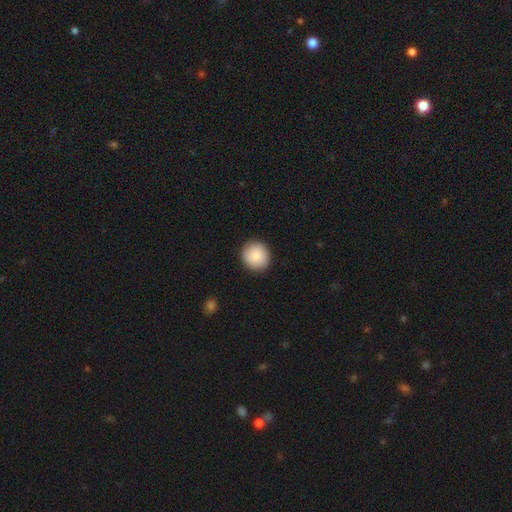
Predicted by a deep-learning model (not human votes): Q: Smooth or featured?
A: smooth (88%); runner-up: star or artifact (7%)
Q: How rounded?
A: round (93%); runner-up: in between (6%)
Q: Merging?
A: none (92%); runner-up: minor disturbance (6%)